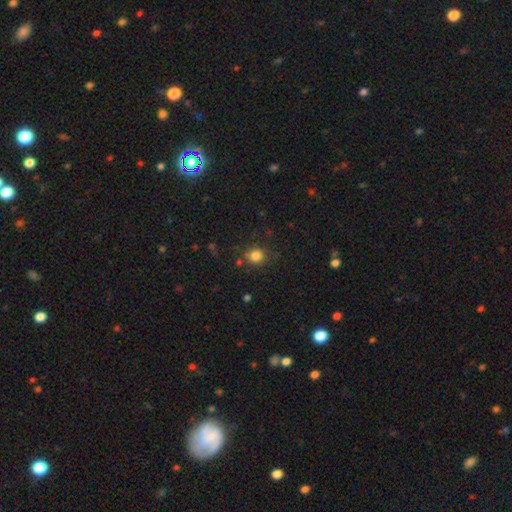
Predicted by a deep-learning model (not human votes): smooth_or_featured: smooth (p=0.82) [alt: star or artifact p=0.13]
how_rounded: round (p=0.84) [alt: in between p=0.15]
merging: none (p=0.81) [alt: minor disturbance p=0.11]